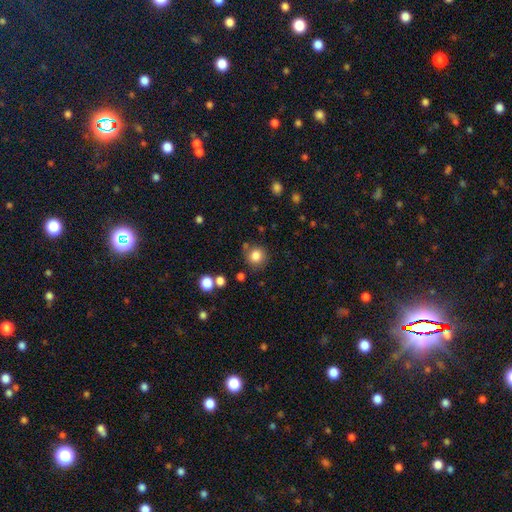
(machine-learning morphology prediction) smooth_or_featured: smooth (p=0.83) [alt: star or artifact p=0.11]
how_rounded: round (p=0.91) [alt: in between p=0.08]
merging: none (p=0.81) [alt: minor disturbance p=0.10]